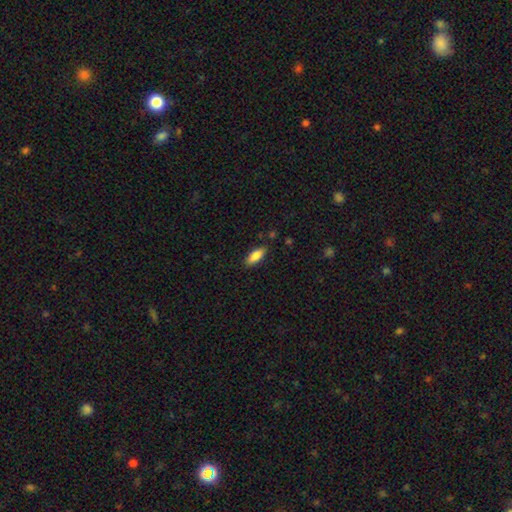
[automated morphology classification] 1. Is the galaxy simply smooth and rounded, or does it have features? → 85% smooth, 8% featured or disk, 7% star or artifact.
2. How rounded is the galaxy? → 74% in between, 24% cigar-shaped, 2% round.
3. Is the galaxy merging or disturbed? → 86% none, 10% minor disturbance, 2% major disturbance, 2% merger.